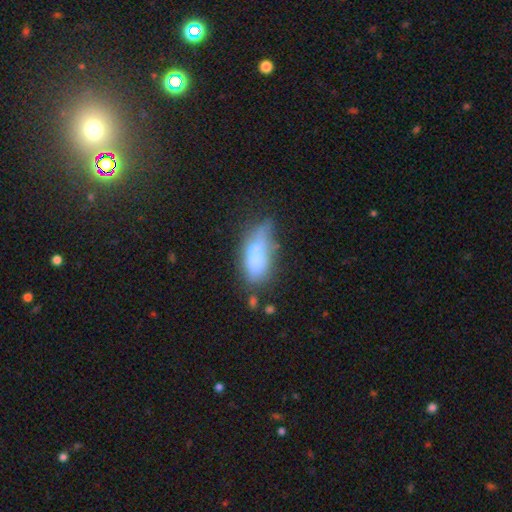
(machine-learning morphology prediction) Overall: smooth (60%; featured or disk 30%). How rounded: in between (76%). Merging: none (32%; minor disturbance 28%).